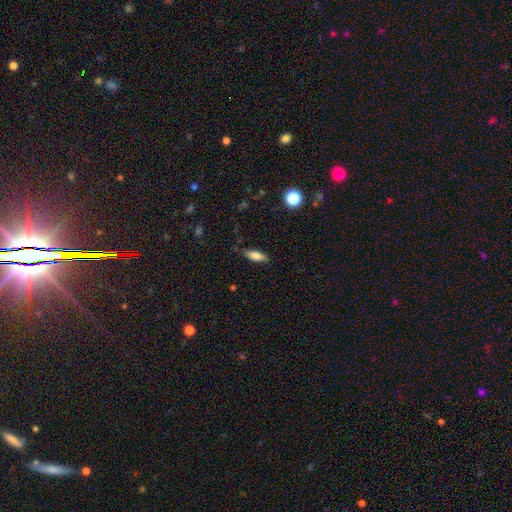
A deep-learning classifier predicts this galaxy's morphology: Overall: smooth (76%). How rounded: in between (58%; cigar-shaped 39%). Merging: none (80%).